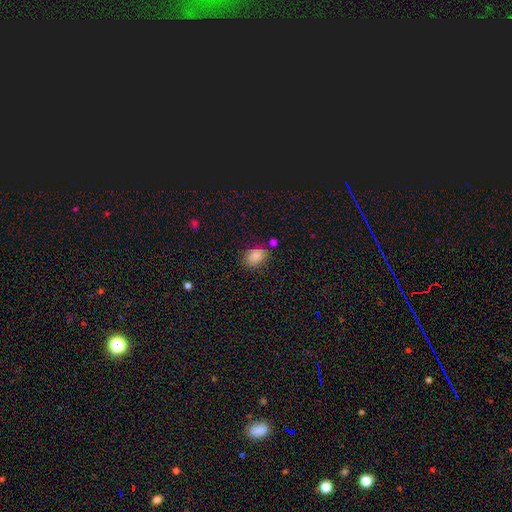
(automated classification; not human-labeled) The model was most divided on "how rounded": in between: 76%, round: 23%, cigar-shaped: 1%. More confident: smooth or featured — smooth (84%); merging — none (75%).